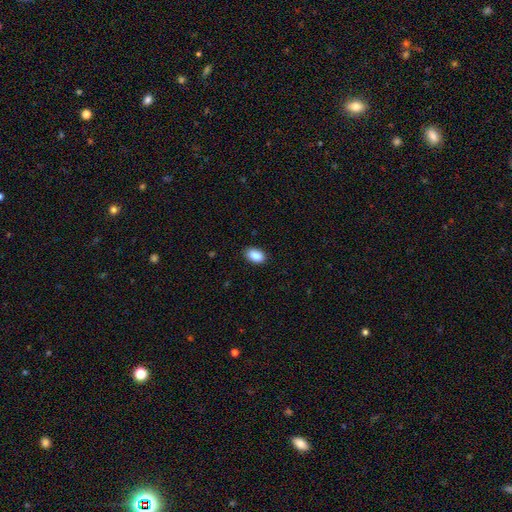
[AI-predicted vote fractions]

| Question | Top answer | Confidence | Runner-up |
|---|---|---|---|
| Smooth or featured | smooth | 88% | star or artifact (7%) |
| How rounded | in between | 90% | round (8%) |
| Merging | none | 88% | minor disturbance (10%) |